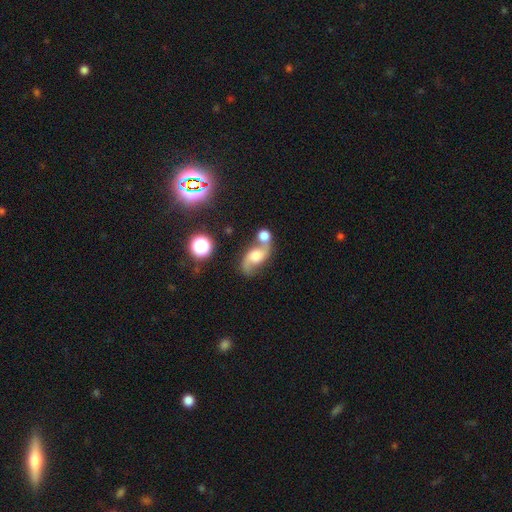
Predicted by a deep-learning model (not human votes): smooth_or_featured: featured or disk (p=0.74) [alt: smooth p=0.16]
disk_edge_on: no (p=0.95) [alt: yes p=0.05]
bar: no (p=0.62) [alt: weak p=0.31]
has_spiral_arms: yes (p=0.94) [alt: no p=0.06]
spiral_winding: loose (p=0.68) [alt: medium p=0.26]
spiral_arm_count: 2 (p=0.92) [alt: can't tell p=0.03]
bulge_size: moderate (p=0.35) [alt: large p=0.31]
merging: merger (p=0.40) [alt: none p=0.39]